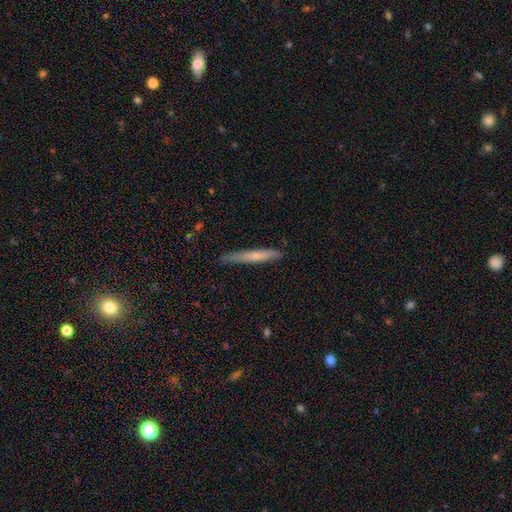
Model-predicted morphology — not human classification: smooth 62%, featured or disk 33%, star or artifact 6%. Down the decision tree: how rounded — cigar-shaped (95%); merging — none (81%).